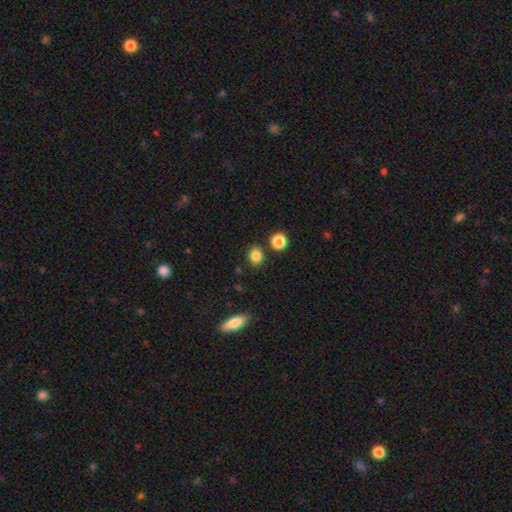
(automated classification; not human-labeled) The model was most divided on "how rounded": round: 60%, in between: 39%, cigar-shaped: 1%. More confident: smooth or featured — smooth (84%); merging — none (82%).